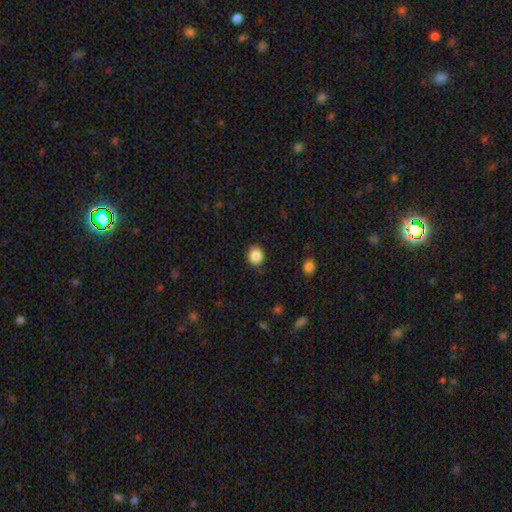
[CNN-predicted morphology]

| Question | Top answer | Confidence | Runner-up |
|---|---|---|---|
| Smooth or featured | smooth | 86% | star or artifact (10%) |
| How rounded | round | 78% | in between (22%) |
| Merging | none | 89% | minor disturbance (7%) |